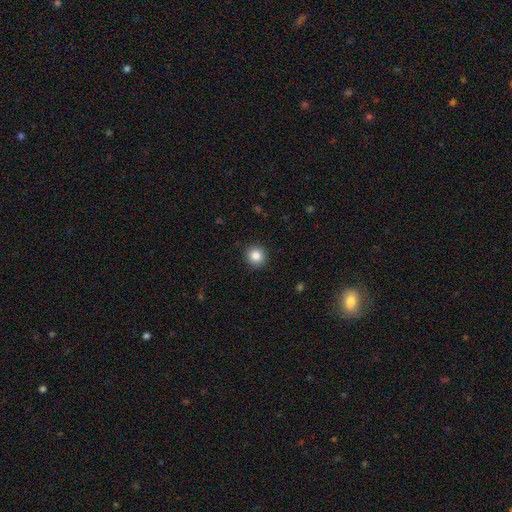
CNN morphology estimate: Smooth or featured? Predicted: smooth (p=0.85). How rounded? Predicted: round (p=0.92). Merging? Predicted: none (p=0.92).